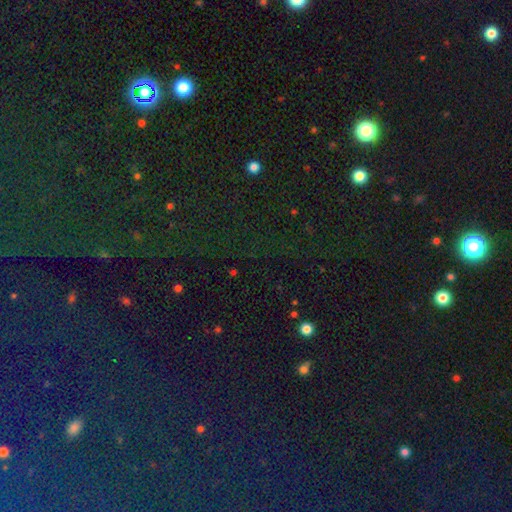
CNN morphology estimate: Q: Smooth or featured?
A: star or artifact (78%); runner-up: smooth (14%)